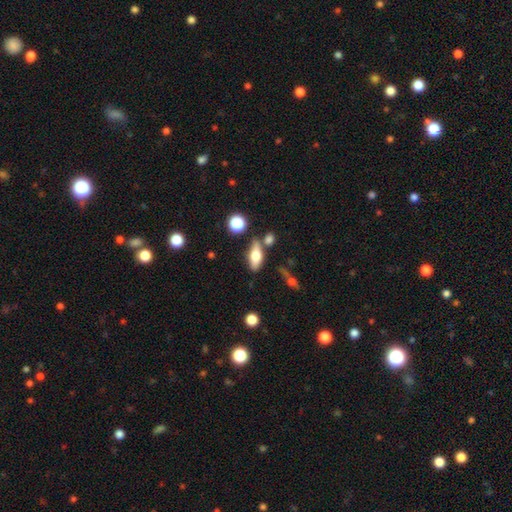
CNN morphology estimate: This is possibly a smooth galaxy (57%). How rounded: likely in between (69%). Merging: likely none (68%).